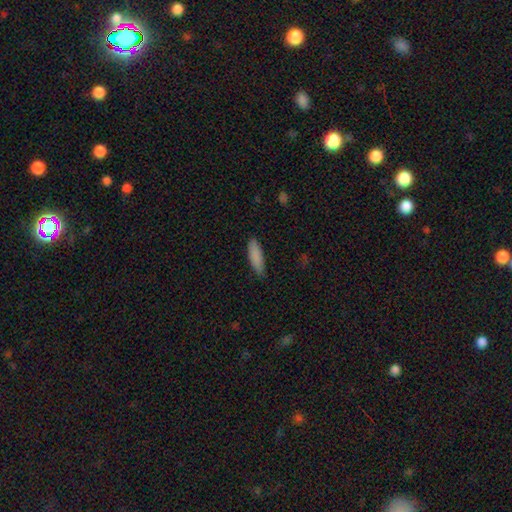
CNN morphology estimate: Smooth or featured: smooth — 87% (featured or disk — 7%)
How rounded: cigar-shaped — 56% (in between — 42%)
Merging: none — 85% (minor disturbance — 12%)